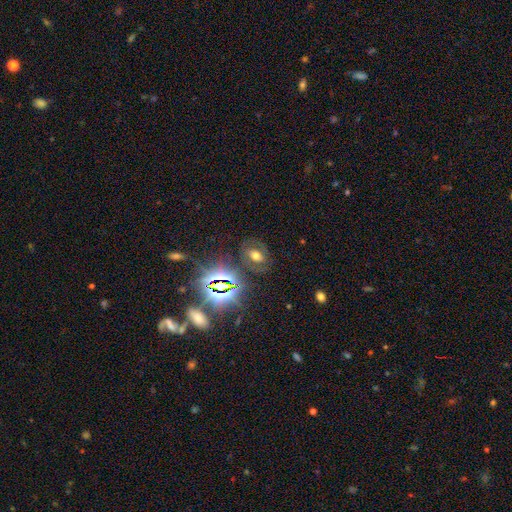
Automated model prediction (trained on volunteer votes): Smooth or featured? Predicted: star or artifact (p=0.37).